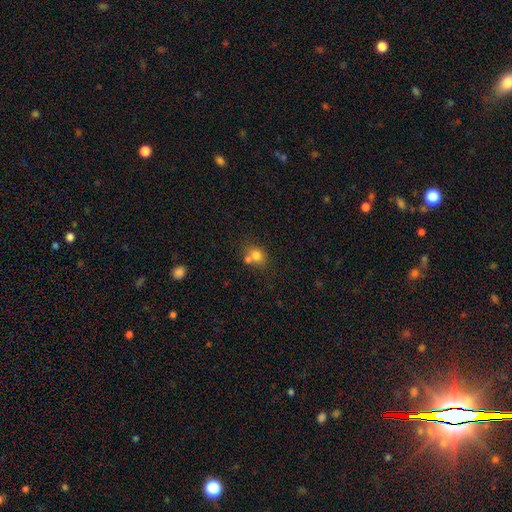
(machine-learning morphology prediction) smooth 77%, star or artifact 12%, featured or disk 11%. Down the decision tree: how rounded — round (60%); merging — none (49%).